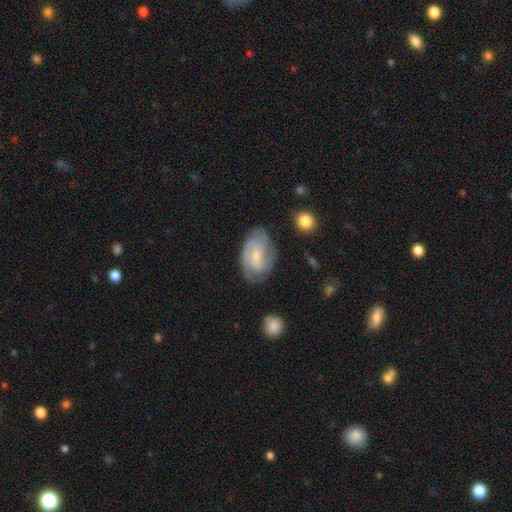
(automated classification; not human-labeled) smooth_or_featured: featured or disk (p=0.69) [alt: smooth p=0.25]
disk_edge_on: no (p=0.96) [alt: yes p=0.04]
bar: weak (p=0.49) [alt: no p=0.39]
has_spiral_arms: yes (p=0.91) [alt: no p=0.09]
spiral_winding: tight (p=0.46) [alt: medium p=0.41]
spiral_arm_count: 2 (p=0.49) [alt: can't tell p=0.27]
bulge_size: small (p=0.64) [alt: moderate p=0.29]
merging: none (p=0.69) [alt: minor disturbance p=0.22]